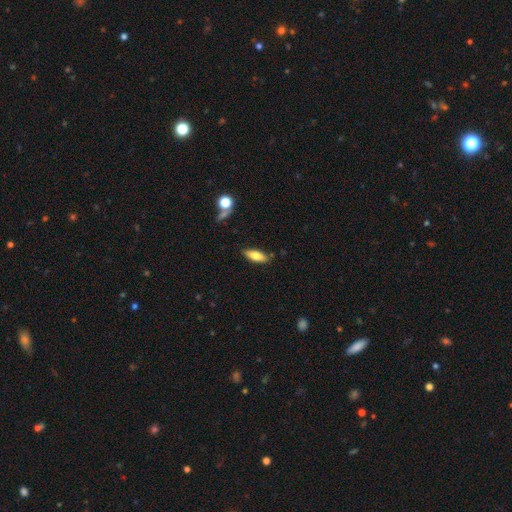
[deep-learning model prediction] Smooth or featured? Predicted: smooth (p=0.74). How rounded? Predicted: in between (p=0.67). Merging? Predicted: none (p=0.82).